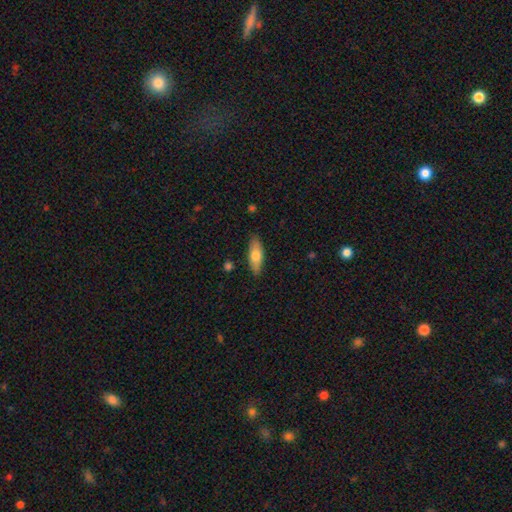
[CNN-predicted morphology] smooth_or_featured: smooth (p=0.70) [alt: featured or disk p=0.25]
how_rounded: in between (p=0.65) [alt: cigar-shaped p=0.33]
merging: none (p=0.87) [alt: minor disturbance p=0.10]